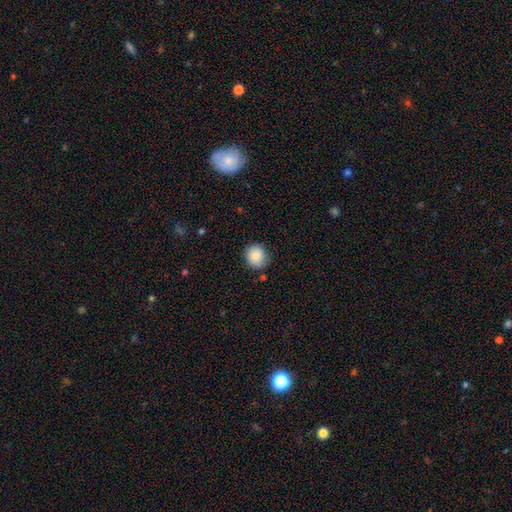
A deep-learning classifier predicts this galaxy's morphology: Overall: smooth (86%). How rounded: round (87%). Merging: none (82%).